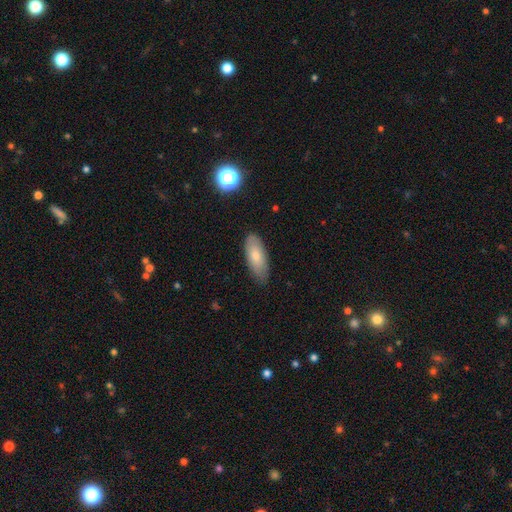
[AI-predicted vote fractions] Smooth or featured?
  - smooth: 77% *
  - featured or disk: 16%
  - star or artifact: 7%
How rounded?
  - in between: 81% *
  - cigar-shaped: 17%
  - round: 2%
Merging?
  - none: 77% *
  - minor disturbance: 19%
  - major disturbance: 3%
  - merger: 1%